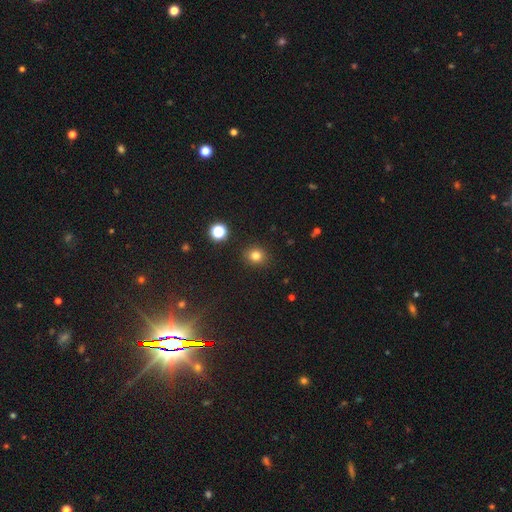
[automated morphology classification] Smooth or featured?
  - smooth: 80% *
  - star or artifact: 15%
  - featured or disk: 6%
How rounded?
  - round: 81% *
  - in between: 18%
  - cigar-shaped: 1%
Merging?
  - none: 89% *
  - minor disturbance: 7%
  - major disturbance: 2%
  - merger: 2%